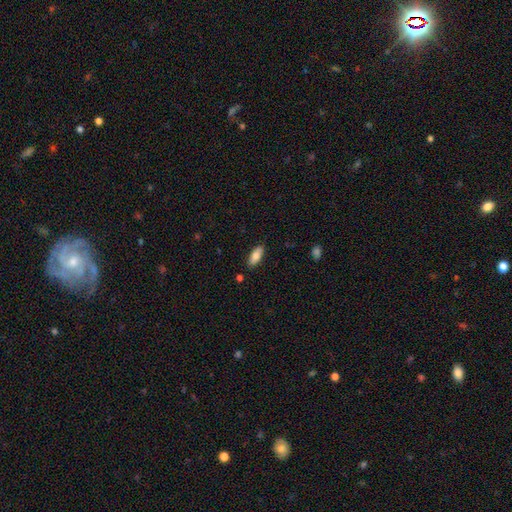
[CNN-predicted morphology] Smooth or featured?
  - smooth: 79% *
  - featured or disk: 15%
  - star or artifact: 6%
How rounded?
  - in between: 81% *
  - cigar-shaped: 17%
  - round: 2%
Merging?
  - none: 86% *
  - minor disturbance: 11%
  - major disturbance: 2%
  - merger: 2%